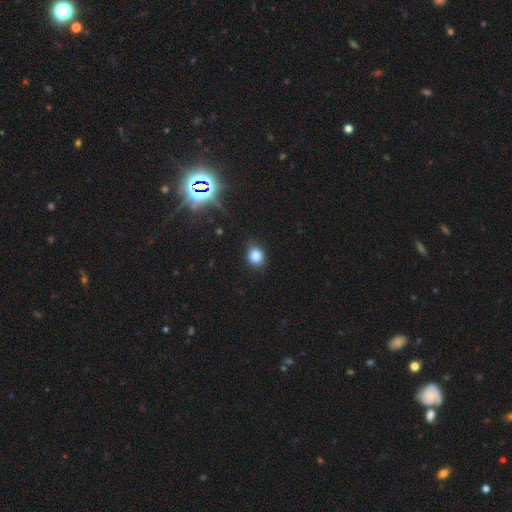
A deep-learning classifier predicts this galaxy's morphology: type=smooth (84%); roundness=round (68%); merging=none (80%).